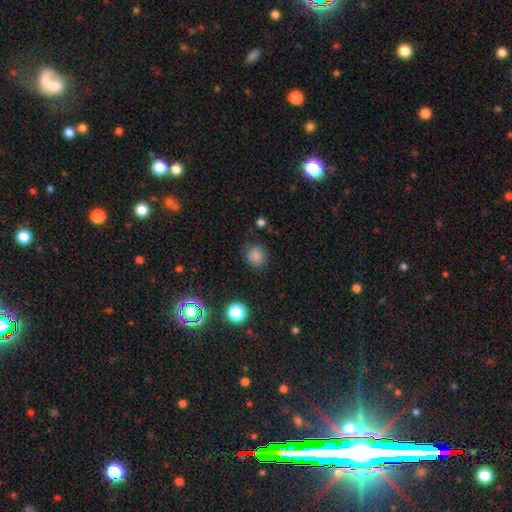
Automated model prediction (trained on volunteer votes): This appears to be a smooth galaxy with no disk features (82%) that is round (85%). Merging: none (84%).